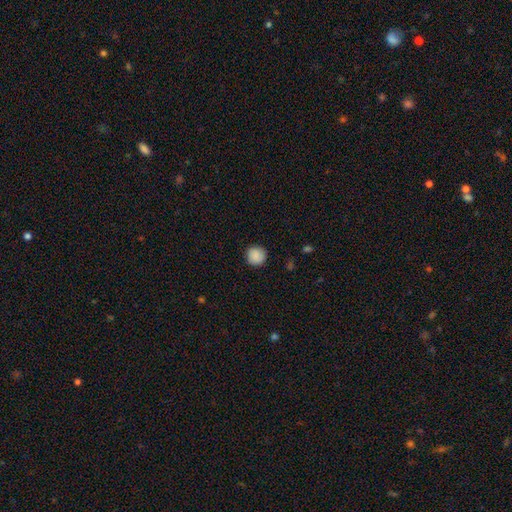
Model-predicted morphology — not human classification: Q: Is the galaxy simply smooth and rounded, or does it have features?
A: smooth — 89%.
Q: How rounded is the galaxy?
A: round — 94%.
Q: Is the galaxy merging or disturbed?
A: none — 89%.